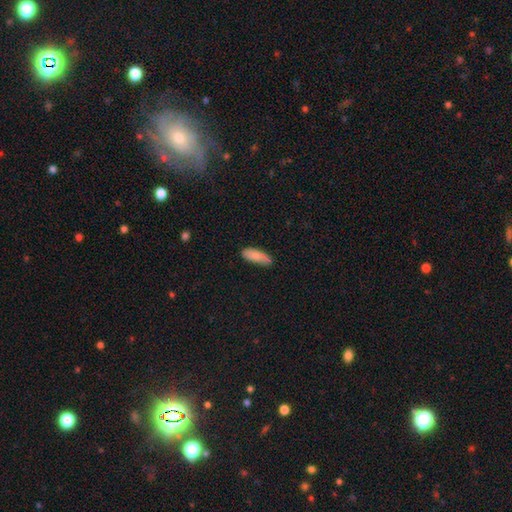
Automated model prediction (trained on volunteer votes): smooth-or-featured: smooth: 82% | featured or disk: 12% | star or artifact: 7%
  how-rounded: in between: 69% | cigar-shaped: 29% | round: 2%
  merging: none: 65% | minor disturbance: 26% | major disturbance: 5% | merger: 4%